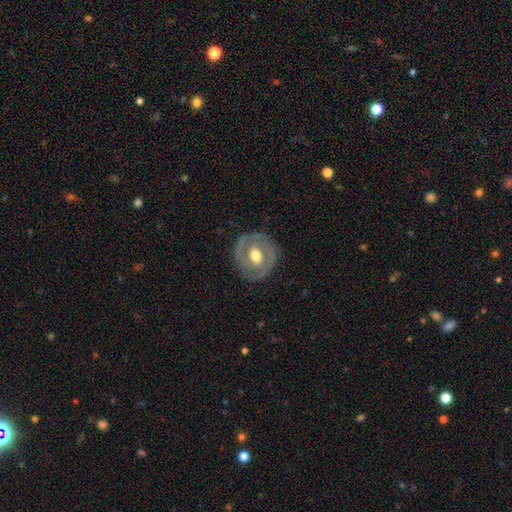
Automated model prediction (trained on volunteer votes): Smooth or featured? Predicted: featured or disk (p=0.73). Edge-on disk? Predicted: no (p=0.96). Bar? Predicted: no (p=0.47). Spiral arms? Predicted: yes (p=0.63). Bulge size? Predicted: moderate (p=0.73). Merging? Predicted: none (p=0.82).